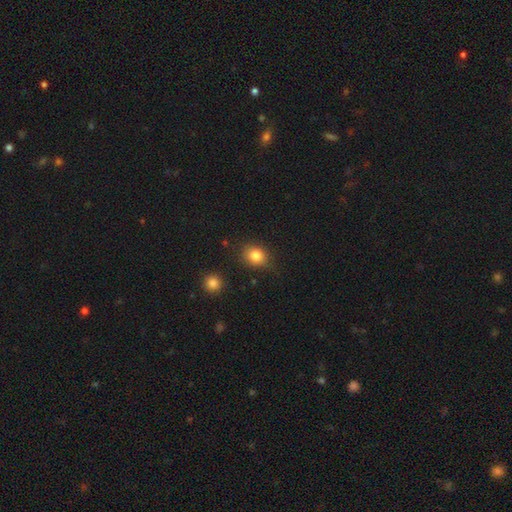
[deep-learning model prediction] Smooth or featured? smooth (83%)
How rounded? round (58%)
Merging? none (79%)